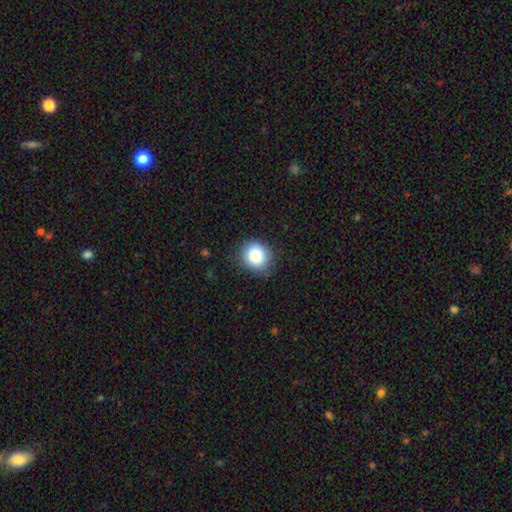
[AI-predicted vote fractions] Q: Smooth or featured?
A: smooth (86%); runner-up: star or artifact (9%)
Q: How rounded?
A: round (84%); runner-up: in between (16%)
Q: Merging?
A: none (84%); runner-up: minor disturbance (12%)